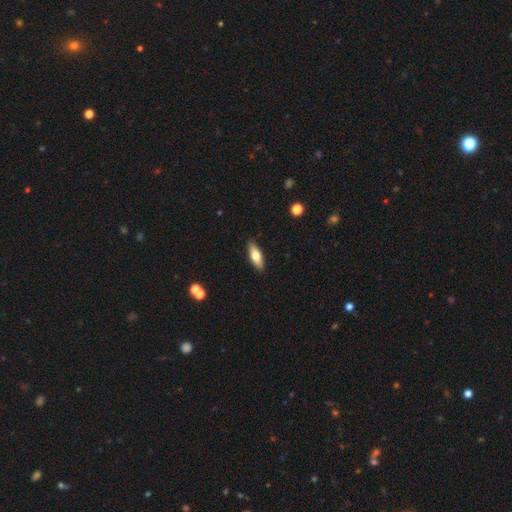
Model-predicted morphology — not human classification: type=smooth (68%); roundness=in between (66%); merging=none (89%).